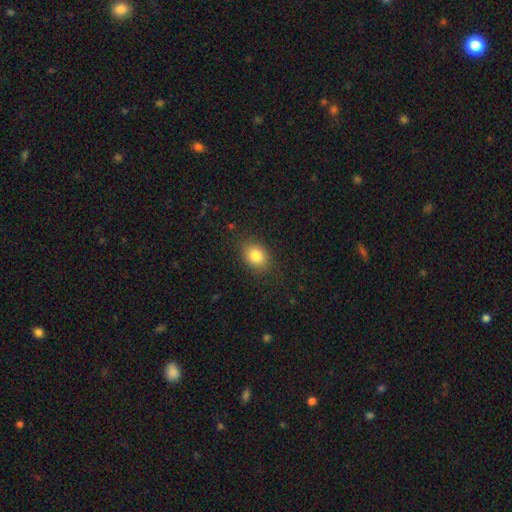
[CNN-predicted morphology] This is clearly a smooth galaxy (83%). How rounded: possibly in between (56%). Merging: clearly none (84%).